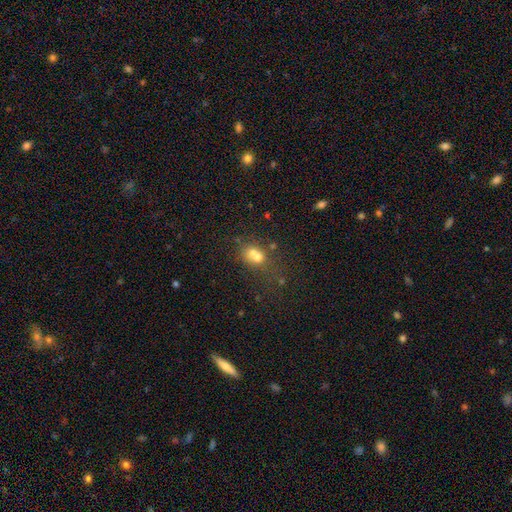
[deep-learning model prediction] Smooth or featured? Predicted: smooth (p=0.63). How rounded? Predicted: round (p=0.60). Merging? Predicted: merger (p=0.55).